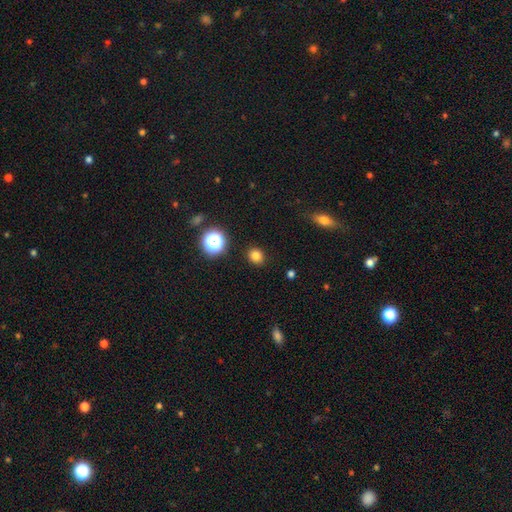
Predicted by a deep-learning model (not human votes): smooth_or_featured: smooth (p=0.80) [alt: star or artifact p=0.15]
how_rounded: round (p=0.73) [alt: in between p=0.26]
merging: none (p=0.89) [alt: minor disturbance p=0.07]